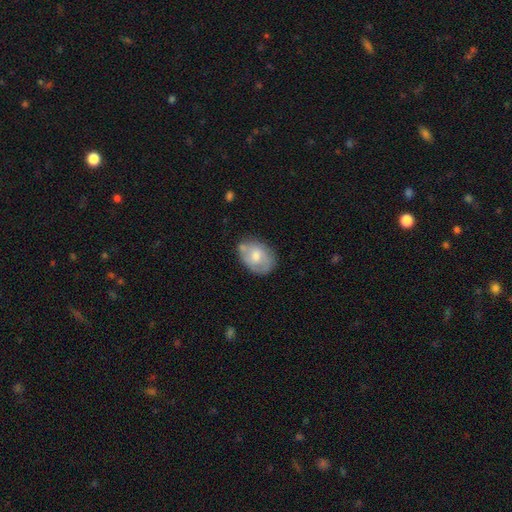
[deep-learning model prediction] The model was most divided on "smooth or featured": smooth: 57%, featured or disk: 37%, star or artifact: 7%. More confident: how rounded — in between (75%); merging — none (60%).